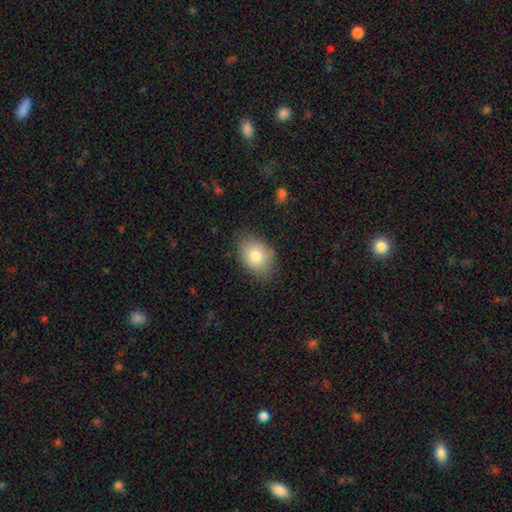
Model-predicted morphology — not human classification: smooth-or-featured: smooth: 81% | featured or disk: 11% | star or artifact: 8%
  how-rounded: in between: 78% | round: 21% | cigar-shaped: 1%
  merging: none: 78% | minor disturbance: 17% | major disturbance: 4% | merger: 1%